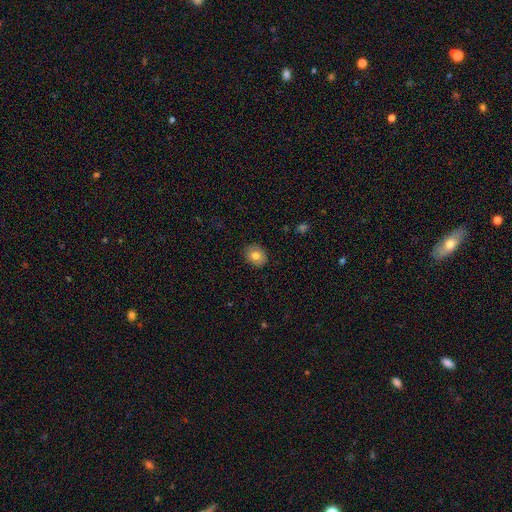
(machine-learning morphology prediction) smooth 79%, featured or disk 13%, star or artifact 9%. Down the decision tree: how rounded — round (59%); merging — none (88%).